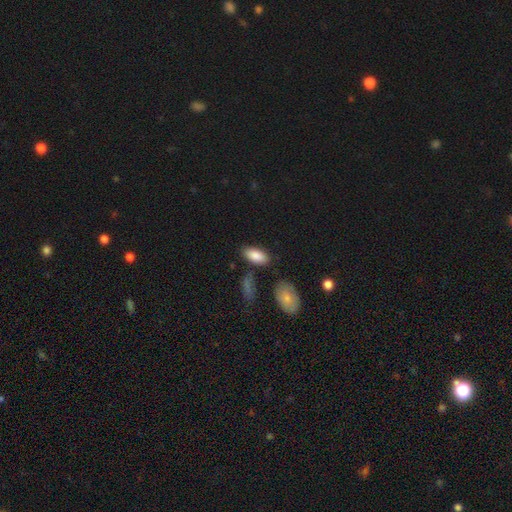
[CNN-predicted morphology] Overall: smooth (86%). How rounded: in between (92%). Merging: none (76%).